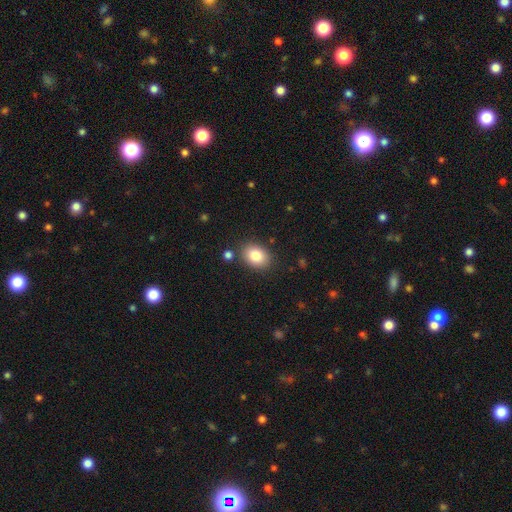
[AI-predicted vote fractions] A smooth galaxy with no disk features (84%) that is in between round and cigar-shaped (67%).

Vote fractions:
- Smooth or featured? smooth: 84% / star or artifact: 9% / featured or disk: 8%
- How rounded? in between: 67% / round: 32% / cigar-shaped: 1%
- Merging? none: 84% / minor disturbance: 10% / merger: 3% / major disturbance: 3%